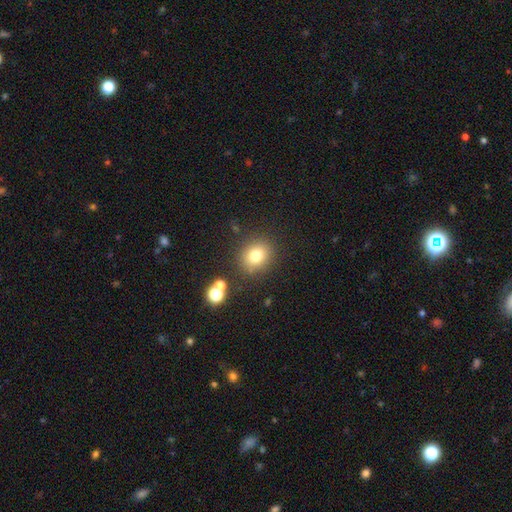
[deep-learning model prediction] smooth 77%, star or artifact 14%, featured or disk 9%. Down the decision tree: how rounded — round (70%); merging — none (82%).